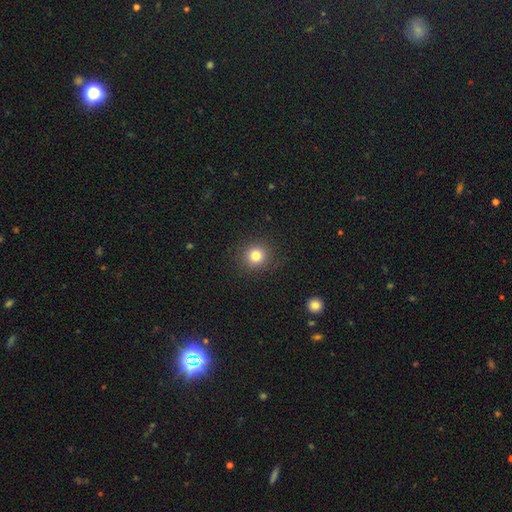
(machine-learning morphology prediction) A smooth galaxy with no disk features (80%) that is round (91%). Merging: none (90%).